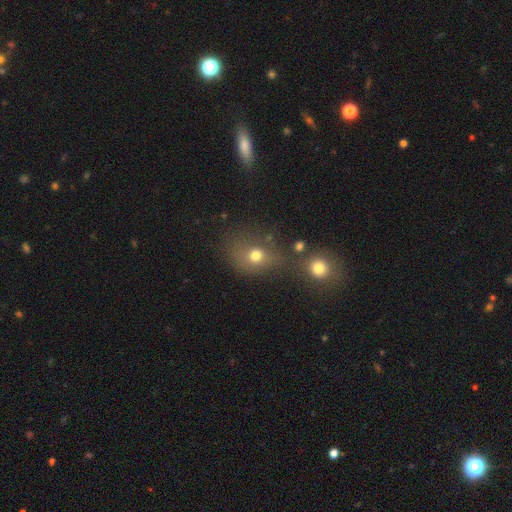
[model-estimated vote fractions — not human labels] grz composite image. It shows a smooth galaxy with no disk features (70%) that is round (62%). Merging: none (49%).